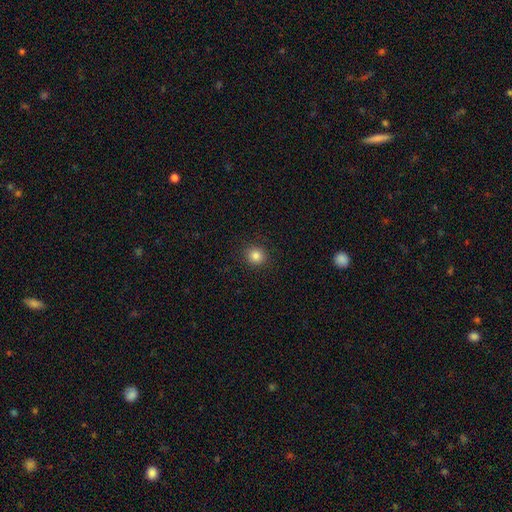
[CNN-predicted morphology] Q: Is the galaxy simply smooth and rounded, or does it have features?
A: smooth — 84%.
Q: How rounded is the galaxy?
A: round — 88%.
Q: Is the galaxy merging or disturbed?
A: none — 91%.